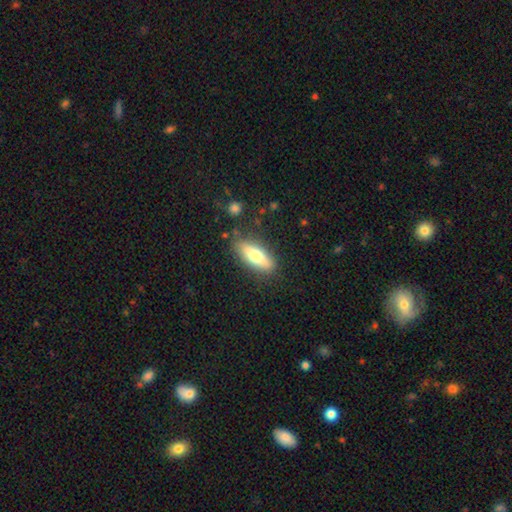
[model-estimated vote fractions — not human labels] The model was most divided on "how rounded": in between: 59%, cigar-shaped: 38%, round: 3%. More confident: merging — none (83%); smooth or featured — smooth (63%).